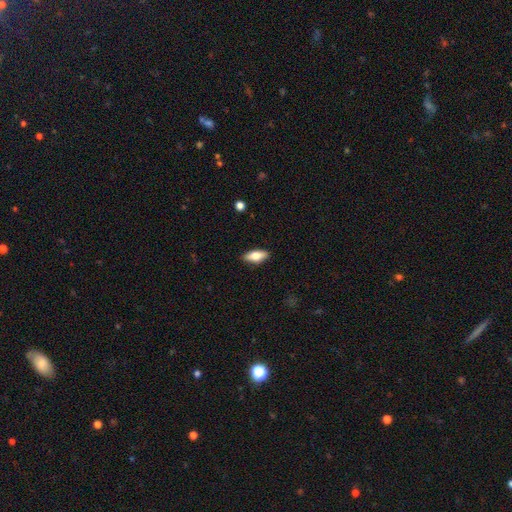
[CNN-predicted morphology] smooth 70%, featured or disk 23%, star or artifact 6%. Down the decision tree: how rounded — in between (78%); merging — none (88%).